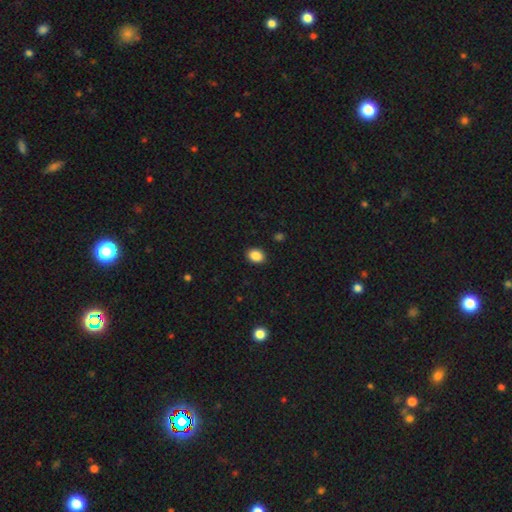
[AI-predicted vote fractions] Smooth or featured? smooth (88%)
How rounded? in between (62%)
Merging? none (91%)